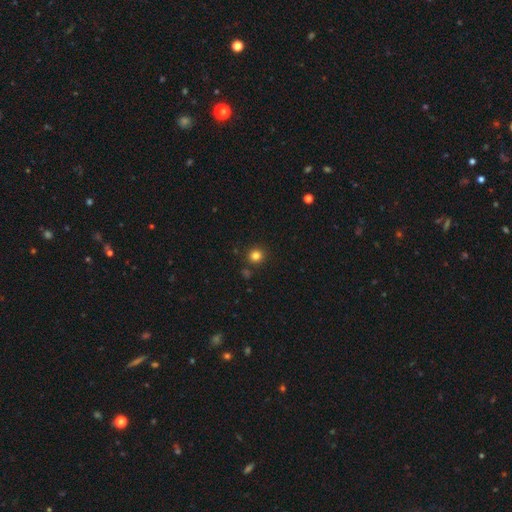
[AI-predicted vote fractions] This appears to be a smooth galaxy with no disk features (82%) that is round (91%). Merging: none (88%).